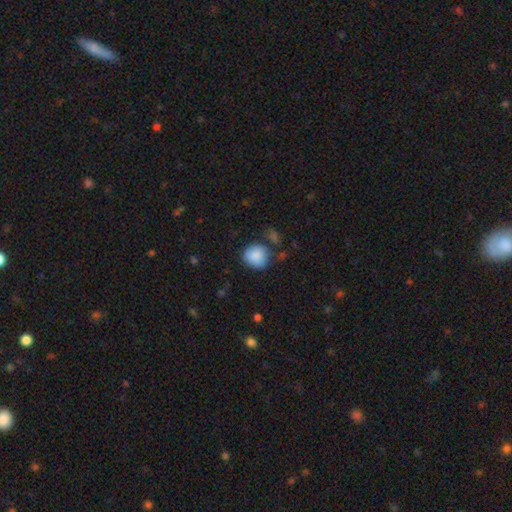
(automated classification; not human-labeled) Smooth or featured: smooth — 87% (star or artifact — 7%)
How rounded: round — 85% (in between — 14%)
Merging: none — 69% (minor disturbance — 19%)